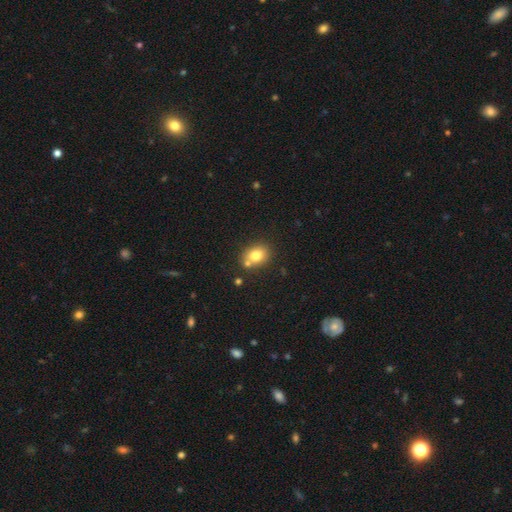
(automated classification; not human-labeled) Morphology: type=smooth (78%); roundness=round (54%); merging=none (69%).